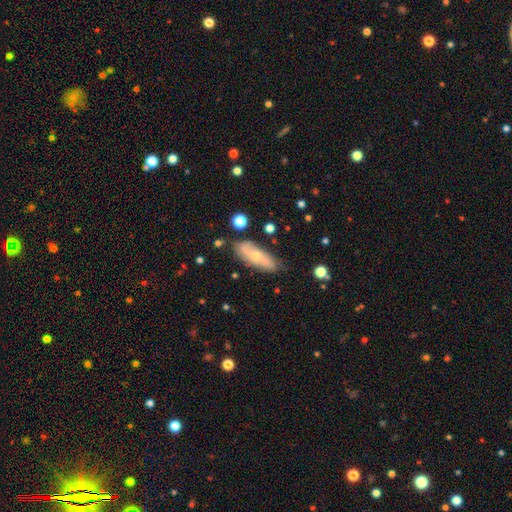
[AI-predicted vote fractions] This is possibly a smooth galaxy (51%). How rounded: likely in between (66%). Merging: likely none (76%).